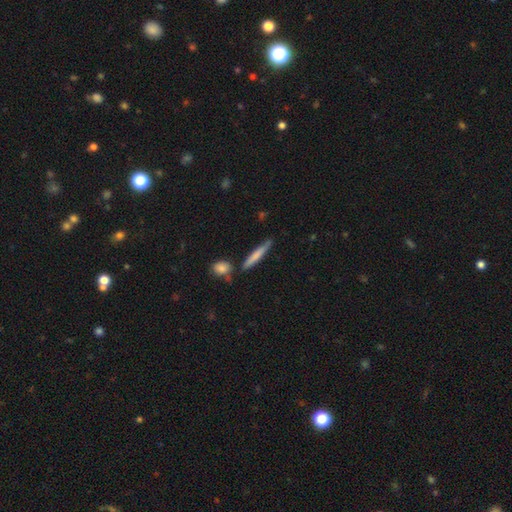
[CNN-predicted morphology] smooth_or_featured: smooth (p=0.68) [alt: featured or disk p=0.27]
how_rounded: cigar-shaped (p=0.92) [alt: in between p=0.06]
merging: none (p=0.74) [alt: minor disturbance p=0.15]